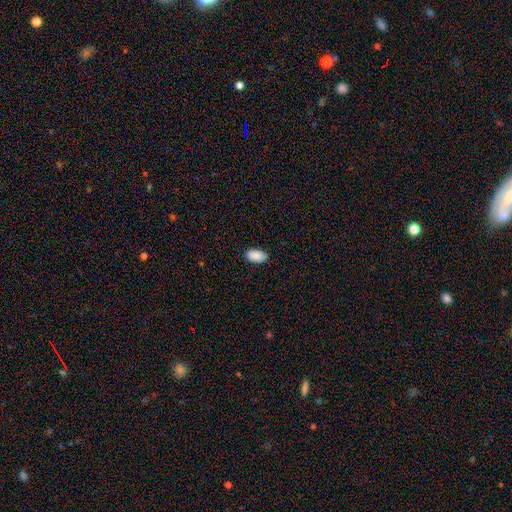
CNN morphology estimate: This appears to be a smooth galaxy with no disk features (90%) that is in between round and cigar-shaped (95%). Merging: none (88%).